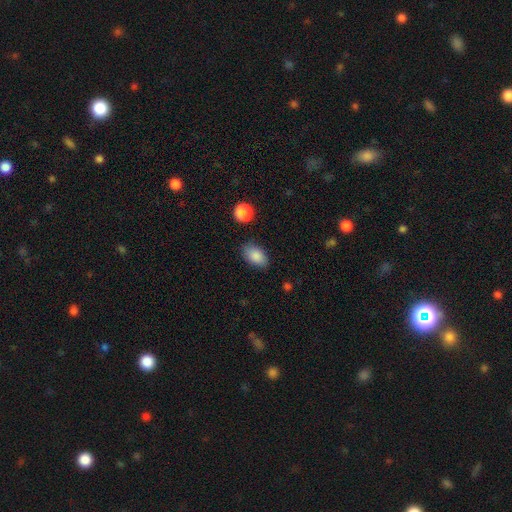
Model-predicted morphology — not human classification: smooth_or_featured: smooth (p=0.87) [alt: star or artifact p=0.08]
how_rounded: in between (p=0.89) [alt: round p=0.09]
merging: none (p=0.80) [alt: minor disturbance p=0.14]